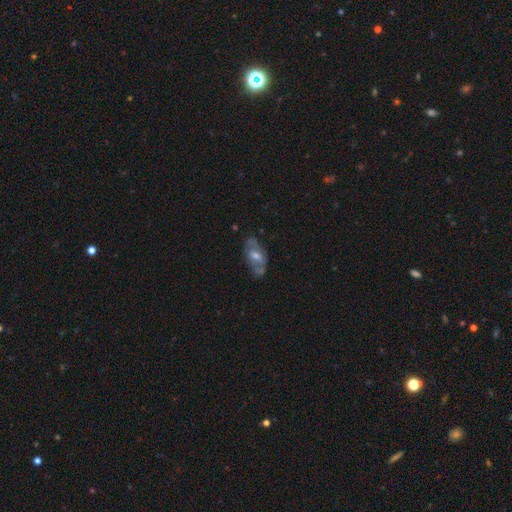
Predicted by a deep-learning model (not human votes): Overall: featured or disk (57%; smooth 37%). Edge-on disk: no (87%). Merging: none (62%; minor disturbance 24%).